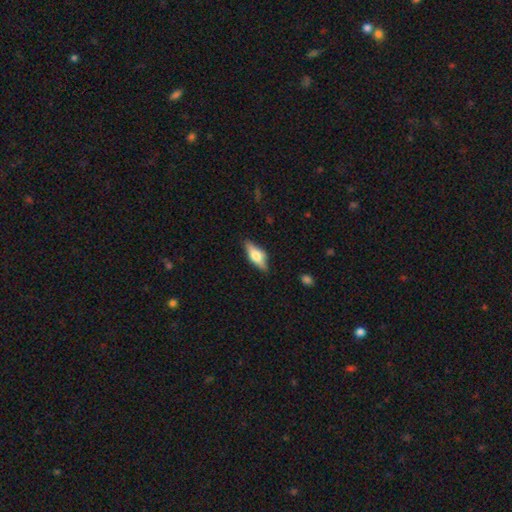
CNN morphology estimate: This is possibly a featured or disk galaxy (50%). Merging: clearly none (82%).